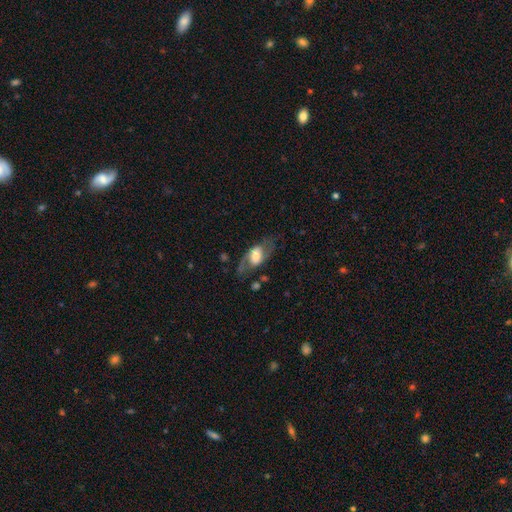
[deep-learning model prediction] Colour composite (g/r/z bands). It shows a featured or disk galaxy (64%) with a weak bar (41%), spiral arms (75%) and a moderate central bulge (46%). Merging: none (63%).